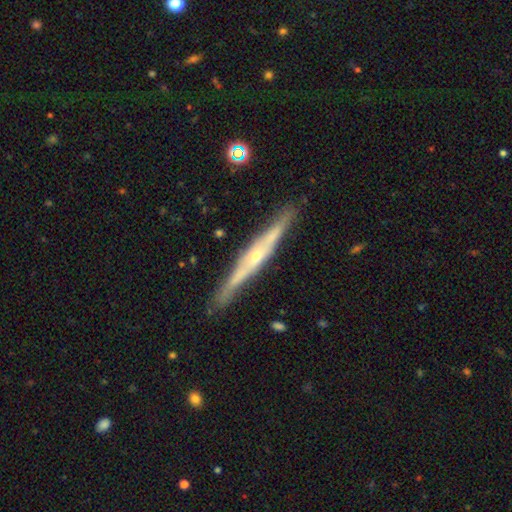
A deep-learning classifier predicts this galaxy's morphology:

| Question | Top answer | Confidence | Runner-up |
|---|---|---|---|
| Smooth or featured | featured or disk | 79% | smooth (16%) |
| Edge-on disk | yes | 95% | no (5%) |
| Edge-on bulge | rounded | 74% | none (17%) |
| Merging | none | 87% | minor disturbance (10%) |